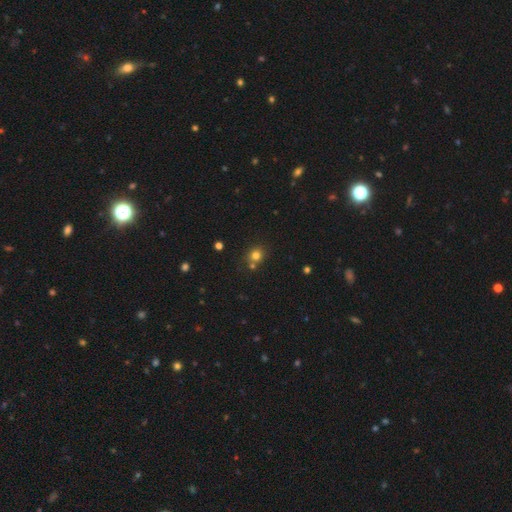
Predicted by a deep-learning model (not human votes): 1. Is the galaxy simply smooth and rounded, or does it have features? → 75% smooth, 17% star or artifact, 8% featured or disk.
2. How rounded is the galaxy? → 84% round, 16% in between, 1% cigar-shaped.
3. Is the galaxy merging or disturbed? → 70% none, 18% merger, 9% minor disturbance, 3% major disturbance.